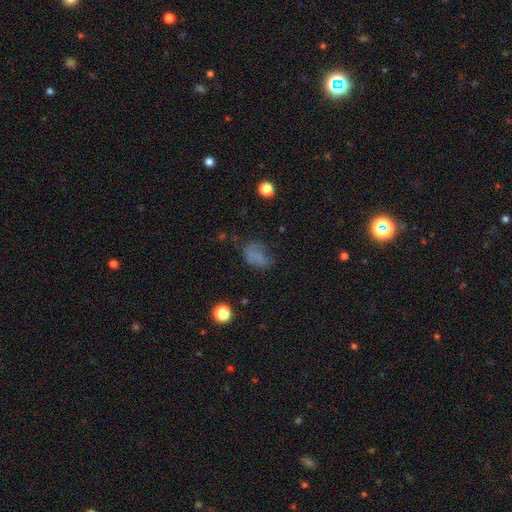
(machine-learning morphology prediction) A smooth galaxy with no disk features (63%) that is in between round and cigar-shaped (79%). Merging: none (42%).